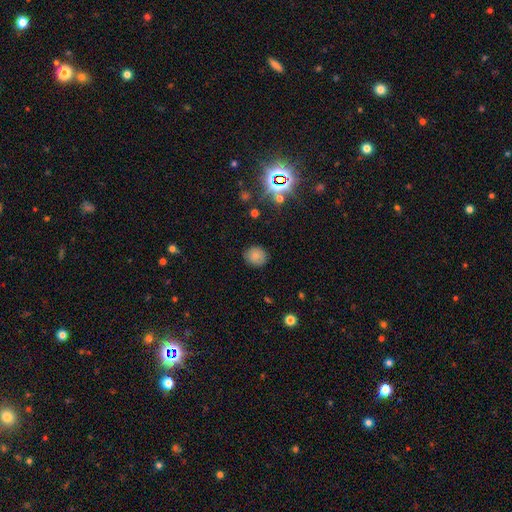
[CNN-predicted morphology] This appears to be a smooth galaxy with no disk features (79%) that is round (78%). Merging: none (83%).